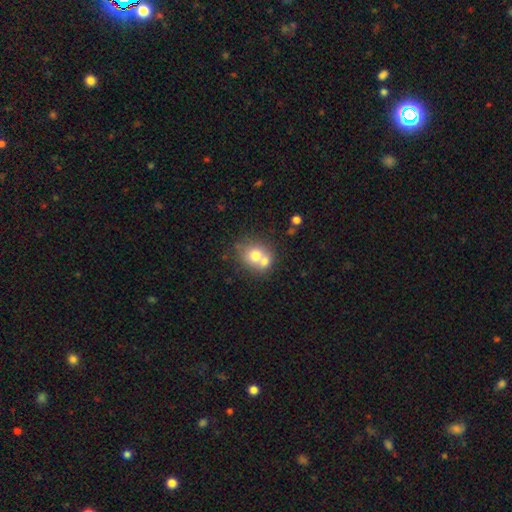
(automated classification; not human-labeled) Overall: smooth (69%). How rounded: round (71%). Merging: merger (49%; none 38%).